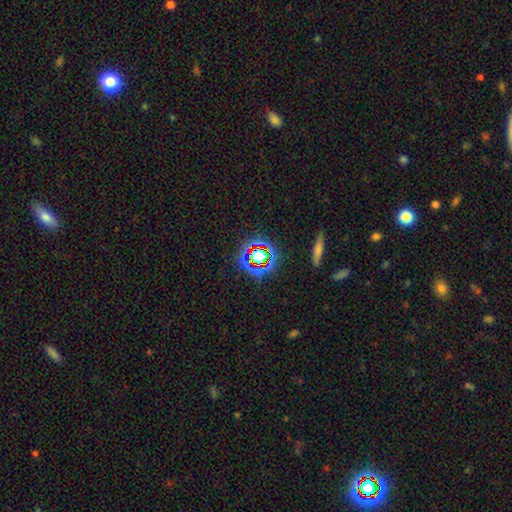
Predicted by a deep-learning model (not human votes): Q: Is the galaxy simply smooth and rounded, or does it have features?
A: star or artifact — 64%.